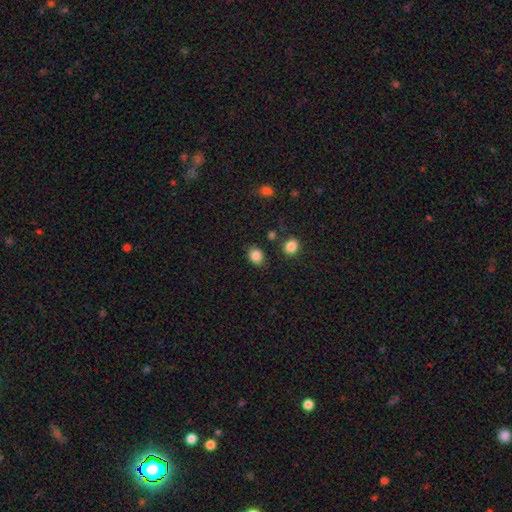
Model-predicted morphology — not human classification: Smooth or featured?
  - smooth: 86% *
  - star or artifact: 10%
  - featured or disk: 4%
How rounded?
  - round: 54% *
  - in between: 45%
  - cigar-shaped: 1%
Merging?
  - none: 81% *
  - minor disturbance: 11%
  - merger: 4%
  - major disturbance: 3%